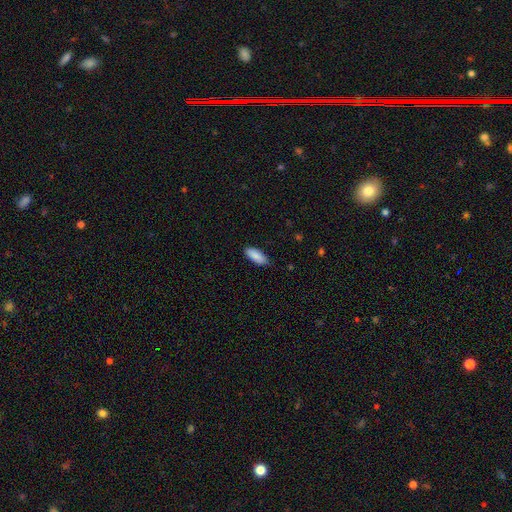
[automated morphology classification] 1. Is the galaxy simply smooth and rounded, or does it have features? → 90% smooth, 6% star or artifact, 4% featured or disk.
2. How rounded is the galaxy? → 76% in between, 22% cigar-shaped, 2% round.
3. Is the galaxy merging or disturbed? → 85% none, 12% minor disturbance, 2% major disturbance, 1% merger.